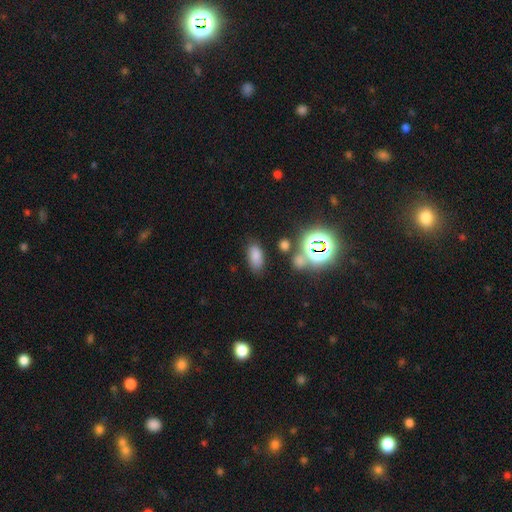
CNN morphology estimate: Smooth or featured? smooth (73%)
How rounded? in between (90%)
Merging? none (77%)